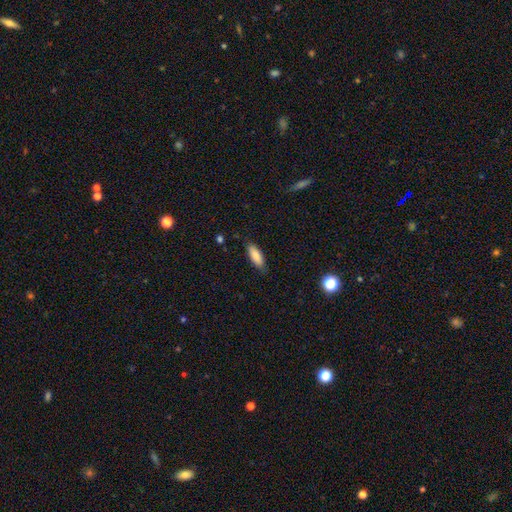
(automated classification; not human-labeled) Smooth or featured? Predicted: smooth (p=0.84). How rounded? Predicted: in between (p=0.65). Merging? Predicted: none (p=0.83).